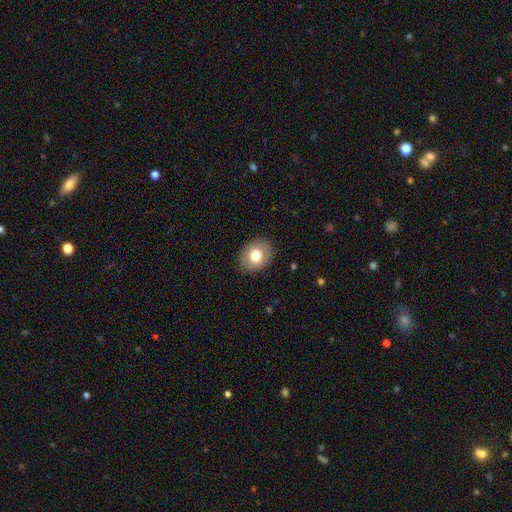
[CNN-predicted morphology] Overall: smooth (73%). How rounded: round (55%; in between 45%). Merging: none (86%).